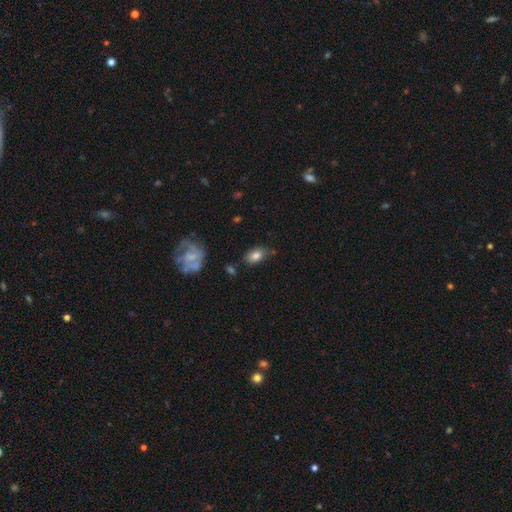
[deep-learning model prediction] A smooth galaxy with no disk features (81%) that is in between round and cigar-shaped (83%).

Vote fractions:
- Smooth or featured? smooth: 81% / featured or disk: 10% / star or artifact: 8%
- How rounded? in between: 83% / round: 15% / cigar-shaped: 2%
- Merging? none: 66% / minor disturbance: 24% / major disturbance: 6% / merger: 4%